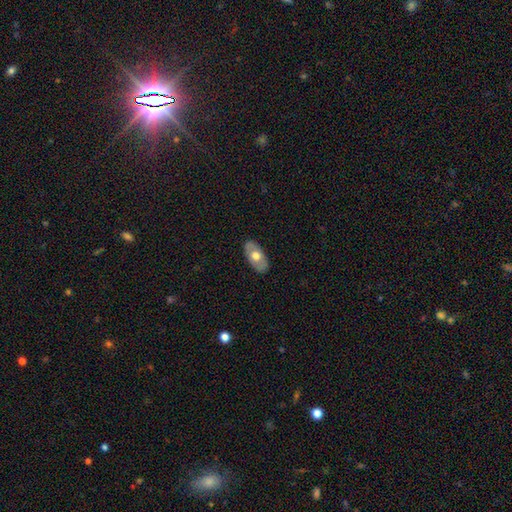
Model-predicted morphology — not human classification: A smooth galaxy with no disk features (57%) that is in between round and cigar-shaped (93%). Merging: none (86%).